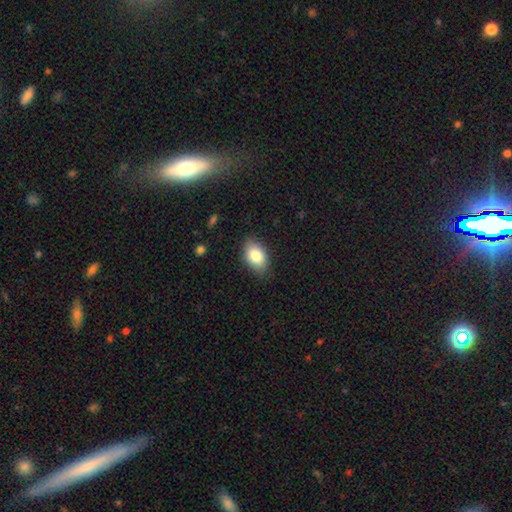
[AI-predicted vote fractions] A smooth galaxy with no disk features (82%) that is in between round and cigar-shaped (89%). Merging: none (82%).